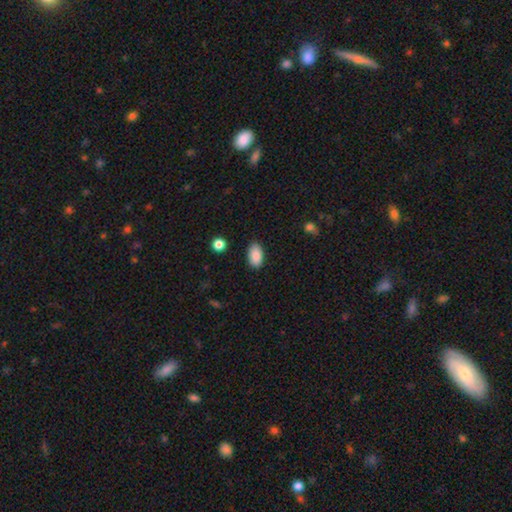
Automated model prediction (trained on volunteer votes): smooth_or_featured: smooth (p=0.89) [alt: star or artifact p=0.07]
how_rounded: in between (p=0.94) [alt: round p=0.04]
merging: none (p=0.86) [alt: minor disturbance p=0.10]